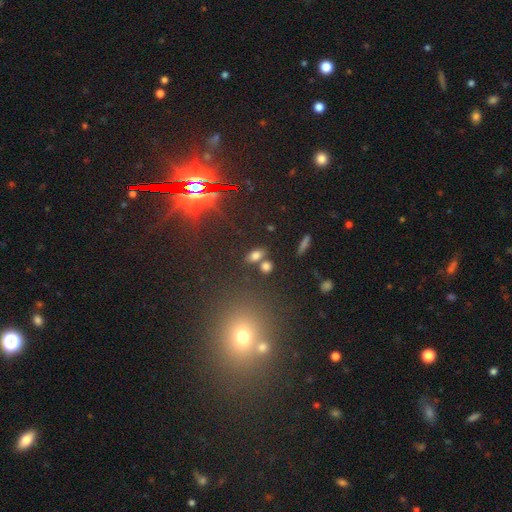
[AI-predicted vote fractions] Q: Smooth or featured?
A: smooth (73%); runner-up: star or artifact (16%)
Q: How rounded?
A: in between (83%); runner-up: round (11%)
Q: Merging?
A: none (68%); runner-up: merger (18%)